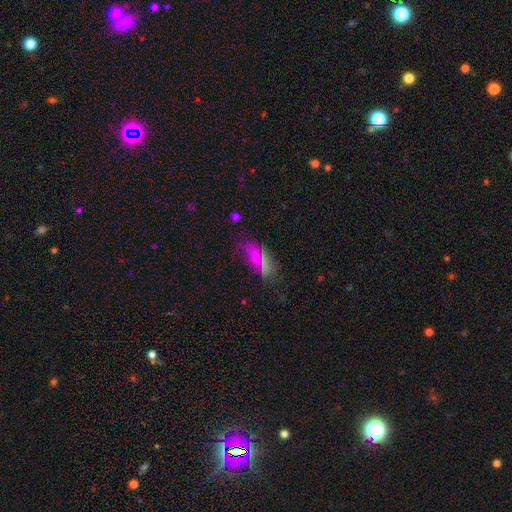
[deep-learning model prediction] Overall: smooth (56%; featured or disk 24%). How rounded: in between (64%; cigar-shaped 31%). Merging: none (63%).